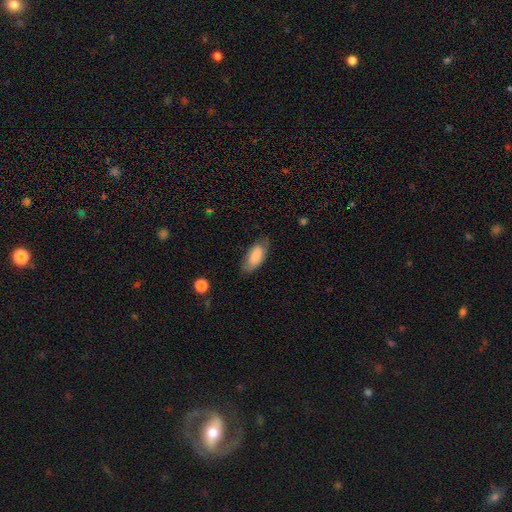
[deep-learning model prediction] smooth_or_featured: smooth (p=0.83) [alt: featured or disk p=0.11]
how_rounded: in between (p=0.86) [alt: cigar-shaped p=0.12]
merging: none (p=0.68) [alt: minor disturbance p=0.24]